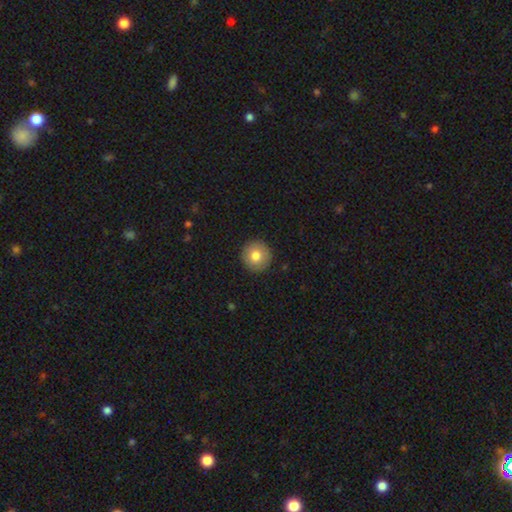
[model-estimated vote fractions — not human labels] Q: Smooth or featured?
A: smooth (79%); runner-up: featured or disk (13%)
Q: How rounded?
A: round (96%); runner-up: in between (3%)
Q: Merging?
A: none (92%); runner-up: minor disturbance (6%)